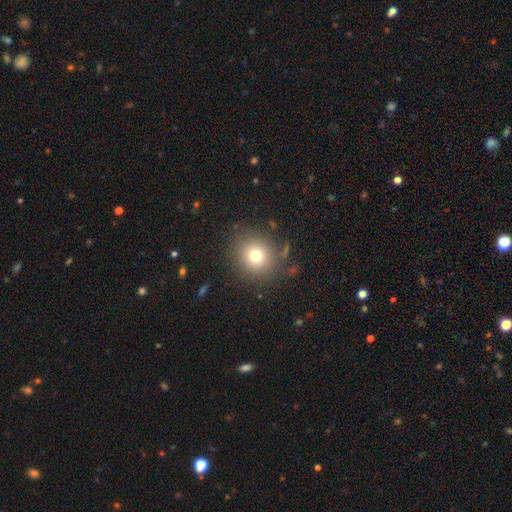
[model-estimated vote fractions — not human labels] Smooth or featured? Predicted: smooth (p=0.75). How rounded? Predicted: round (p=0.87). Merging? Predicted: none (p=0.84).